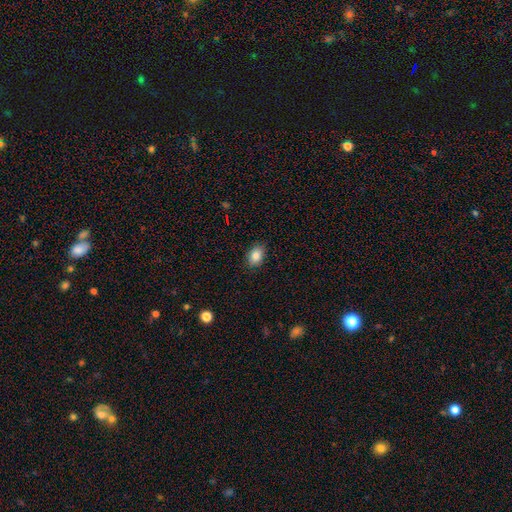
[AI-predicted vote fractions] smooth_or_featured: smooth (p=0.84) [alt: star or artifact p=0.09]
how_rounded: in between (p=0.81) [alt: round p=0.18]
merging: none (p=0.87) [alt: minor disturbance p=0.10]